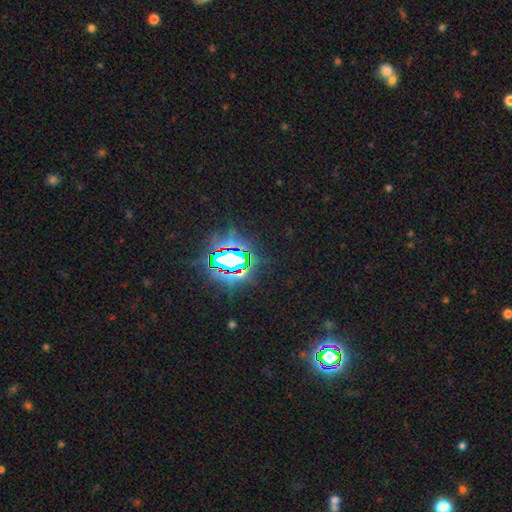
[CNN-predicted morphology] This appears to be a star or artifact, not a galaxy (85%).